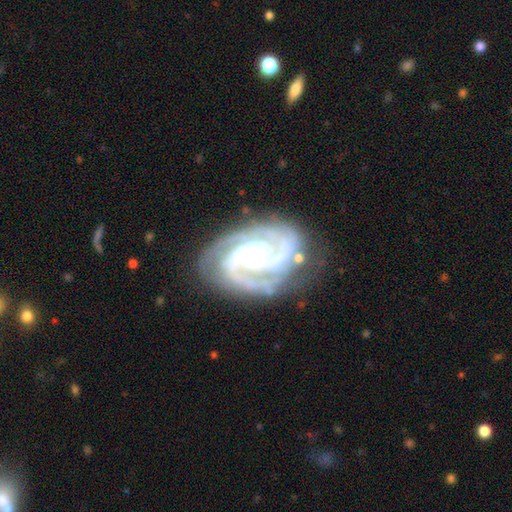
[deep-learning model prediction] A featured or disk galaxy (93%) with no bar (46%), 2 (55%) tight (65%) spiral arms (99%) and a small central bulge (40%, tied with moderate).

Vote fractions:
- Smooth or featured? featured or disk: 93% / star or artifact: 4% / smooth: 3%
- Edge-on disk? no: 98% / yes: 2%
- Bar? no: 46% / weak: 36% / strong: 19%
- Spiral arms? yes: 99% / no: 1%
- Spiral winding? tight: 65% / medium: 32% / loose: 3%
- Spiral arm count? 2: 55% / 3: 29% / can't tell: 5% / 4: 4% / 1: 3% / more than 4: 3%
- Bulge size? small: 40% (tied) / moderate: 40% (tied) / large: 10% / none: 9% / dominant: 2%
- Merging? none: 75% / minor disturbance: 17% / major disturbance: 6% / merger: 2%